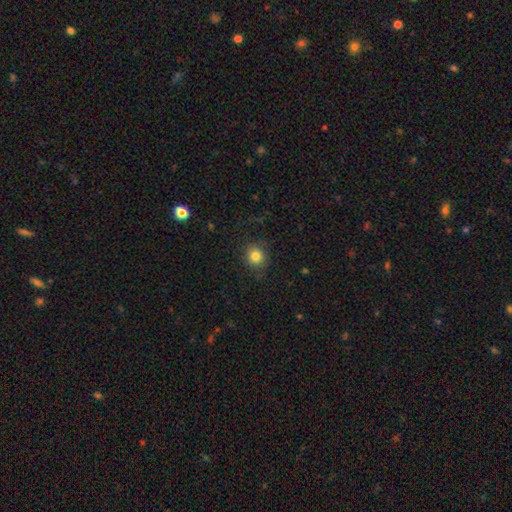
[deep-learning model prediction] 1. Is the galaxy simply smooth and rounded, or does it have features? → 82% smooth, 12% star or artifact, 6% featured or disk.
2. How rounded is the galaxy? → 85% round, 14% in between, 1% cigar-shaped.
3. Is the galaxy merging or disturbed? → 85% none, 10% minor disturbance, 4% major disturbance, 1% merger.